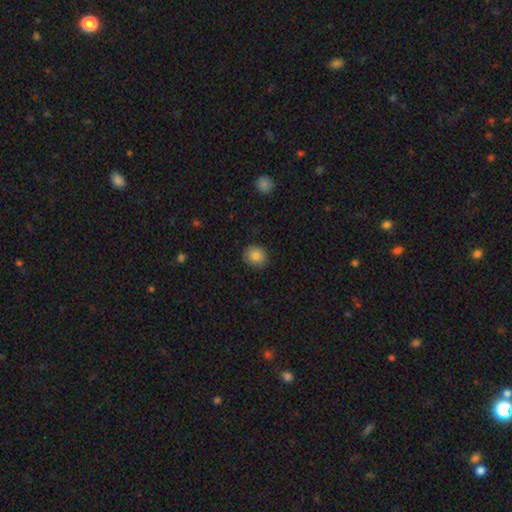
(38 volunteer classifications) This is clearly a smooth galaxy (84%). How rounded: clearly round (97%). Merging: clearly none (94%).